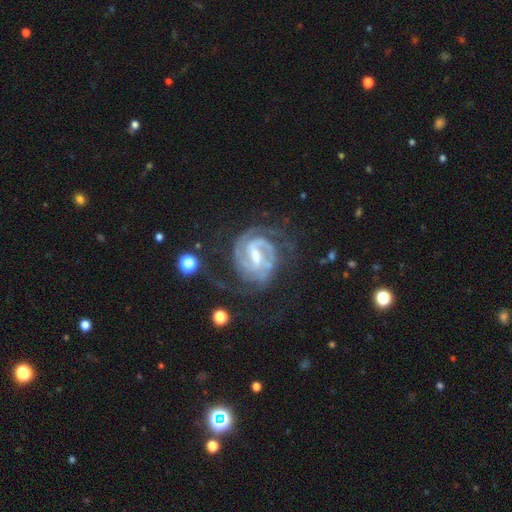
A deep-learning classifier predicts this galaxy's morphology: smooth_or_featured: featured or disk (p=0.92) [alt: star or artifact p=0.05]
disk_edge_on: no (p=0.98) [alt: yes p=0.02]
bar: strong (p=0.52) [alt: weak p=0.40]
has_spiral_arms: yes (p=0.98) [alt: no p=0.02]
spiral_winding: tight (p=0.59) [alt: medium p=0.35]
spiral_arm_count: 2 (p=0.59) [alt: 3 p=0.18]
bulge_size: moderate (p=0.45) [alt: small p=0.43]
merging: none (p=0.66) [alt: minor disturbance p=0.18]